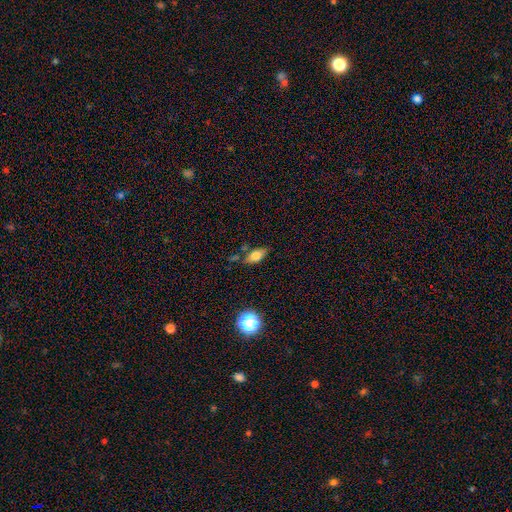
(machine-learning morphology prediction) This is likely a smooth galaxy (76%). How rounded: clearly in between (84%). Merging: likely none (68%).